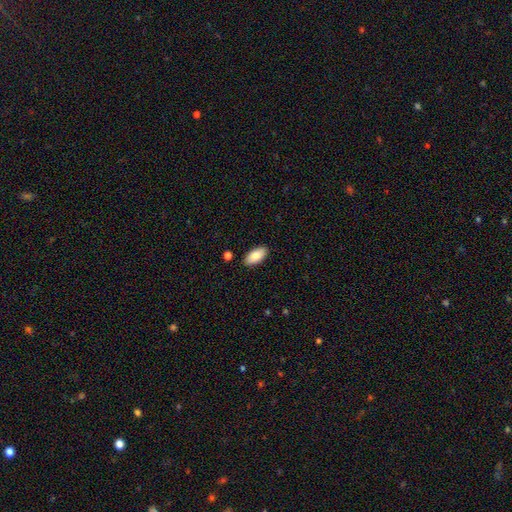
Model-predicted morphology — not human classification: smooth_or_featured: smooth (p=0.84) [alt: featured or disk p=0.09]
how_rounded: in between (p=0.92) [alt: cigar-shaped p=0.06]
merging: none (p=0.88) [alt: minor disturbance p=0.08]